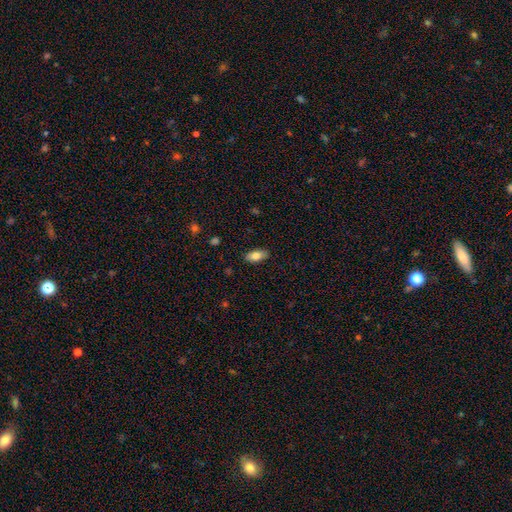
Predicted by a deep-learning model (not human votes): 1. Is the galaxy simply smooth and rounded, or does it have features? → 78% smooth, 15% featured or disk, 7% star or artifact.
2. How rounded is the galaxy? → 88% in between, 9% cigar-shaped, 3% round.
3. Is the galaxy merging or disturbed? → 87% none, 10% minor disturbance, 2% major disturbance, 1% merger.